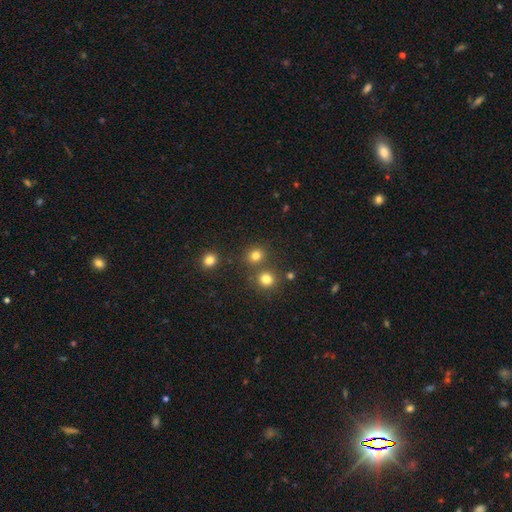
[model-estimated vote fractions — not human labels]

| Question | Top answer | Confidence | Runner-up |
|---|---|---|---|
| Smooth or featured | smooth | 78% | star or artifact (16%) |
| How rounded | round | 81% | in between (19%) |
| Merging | none | 73% | merger (16%) |